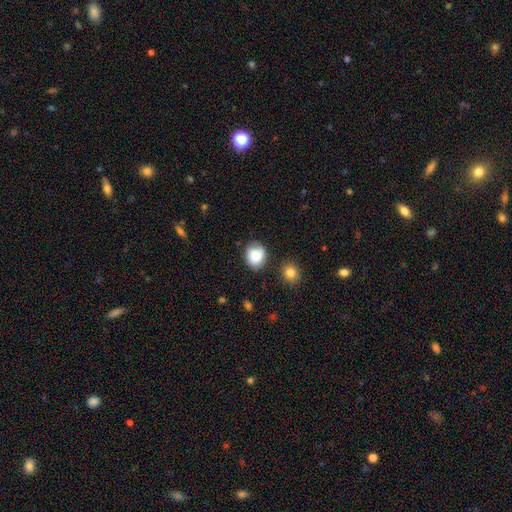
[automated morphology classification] smooth 80%, featured or disk 12%, star or artifact 9%. Down the decision tree: how rounded — round (63%); merging — none (66%).